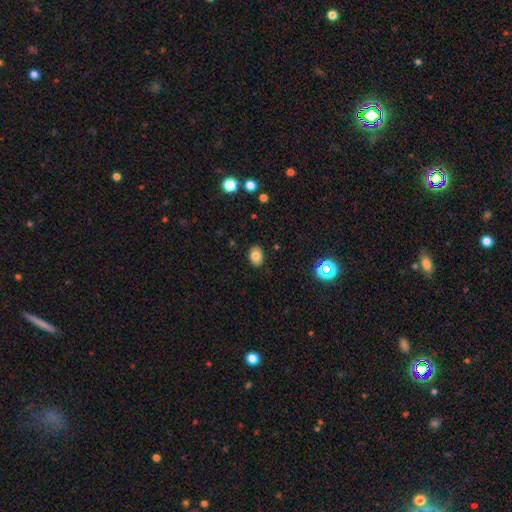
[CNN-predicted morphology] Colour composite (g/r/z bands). It shows a smooth galaxy with no disk features (82%) that is in between round and cigar-shaped (75%). Merging: none (88%).